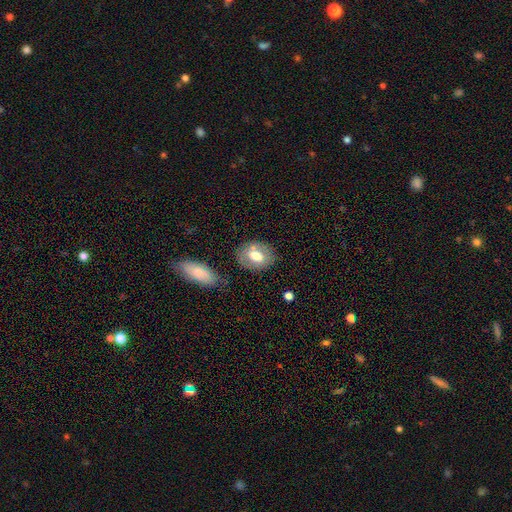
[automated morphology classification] smooth-or-featured: smooth: 63% | featured or disk: 30% | star or artifact: 7%
  how-rounded: in between: 62% | round: 37% | cigar-shaped: 2%
  merging: none: 70% | minor disturbance: 16% | merger: 9% | major disturbance: 5%